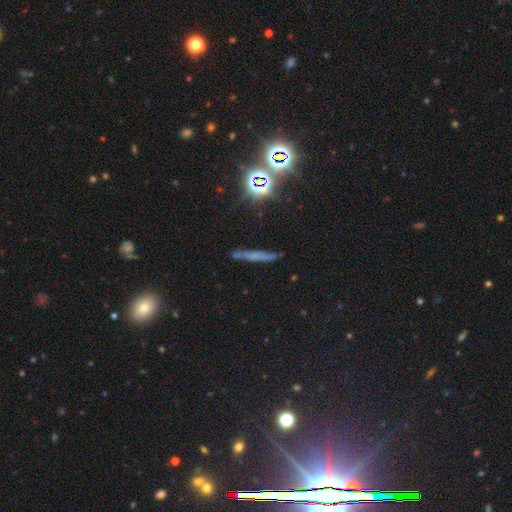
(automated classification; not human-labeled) This is marginally a smooth galaxy (44%). Merging: clearly none (82%).